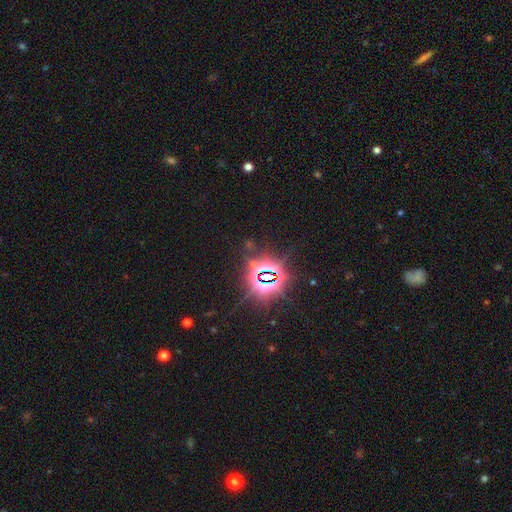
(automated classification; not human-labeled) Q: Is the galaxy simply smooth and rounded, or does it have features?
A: star or artifact — 85%.